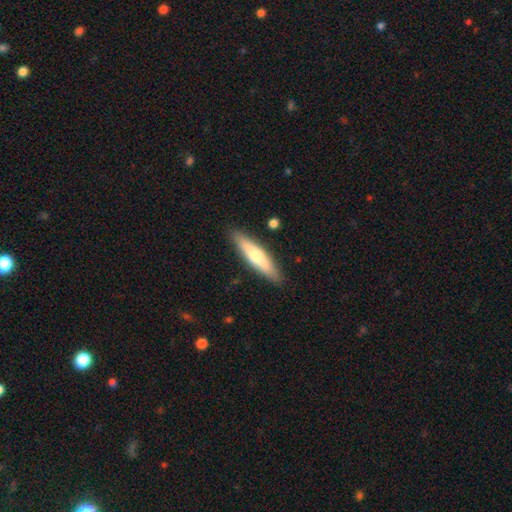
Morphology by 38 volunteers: Smooth or featured?
  - smooth: 53% *
  - featured or disk: 45%
  - star or artifact: 3%
How rounded?
  - cigar-shaped: 80% *
  - in between: 15%
  - round: 5%
Merging?
  - none: 86% *
  - minor disturbance: 5%
  - major disturbance: 5%
  - merger: 3%